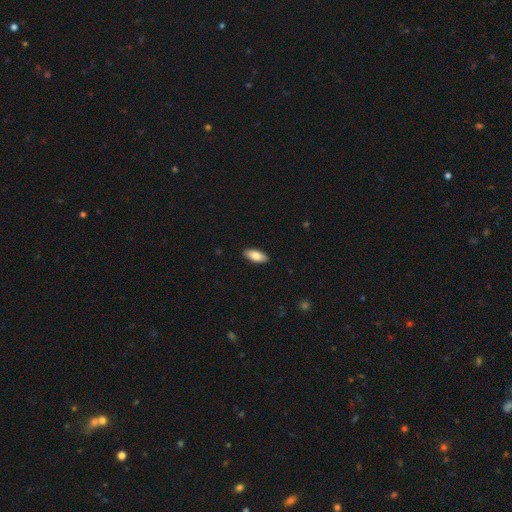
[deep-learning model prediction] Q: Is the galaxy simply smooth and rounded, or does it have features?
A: smooth — 81%.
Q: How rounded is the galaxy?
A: in between — 85%.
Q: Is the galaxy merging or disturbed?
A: none — 90%.